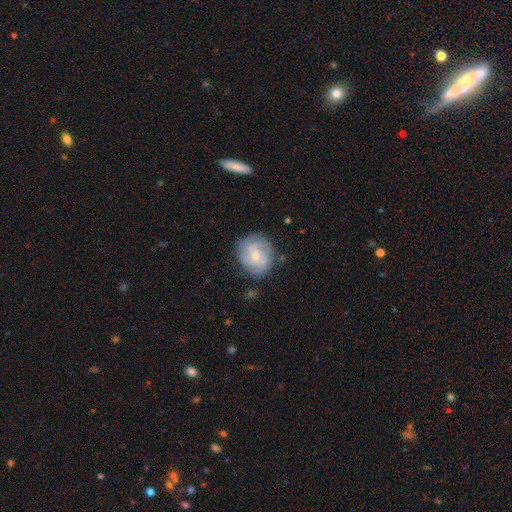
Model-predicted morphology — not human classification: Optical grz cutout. It shows a featured or disk galaxy (70%) with no bar (54%), 2 (33%) tight (48%) spiral arms (90%) and a small central bulge (61%). Merging: none (76%).